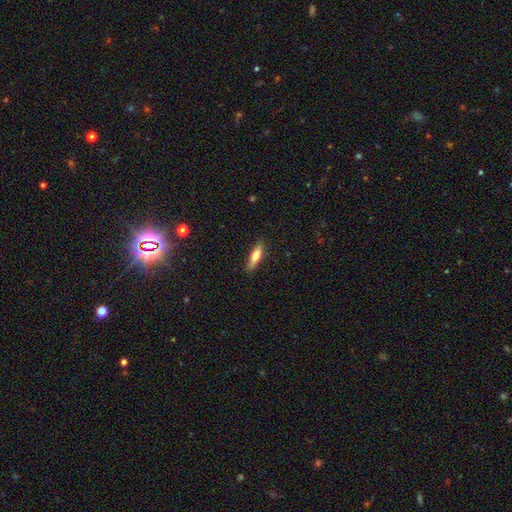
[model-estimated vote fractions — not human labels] smooth-or-featured: smooth: 63% | featured or disk: 30% | star or artifact: 6%
  how-rounded: cigar-shaped: 59% | in between: 39% | round: 2%
  merging: none: 87% | minor disturbance: 10% | major disturbance: 2% | merger: 1%